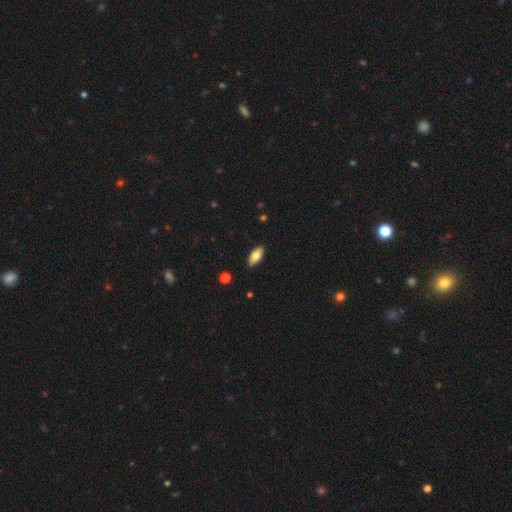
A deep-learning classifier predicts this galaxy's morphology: smooth_or_featured: smooth (p=0.80) [alt: featured or disk p=0.13]
how_rounded: in between (p=0.88) [alt: cigar-shaped p=0.09]
merging: none (p=0.89) [alt: minor disturbance p=0.09]